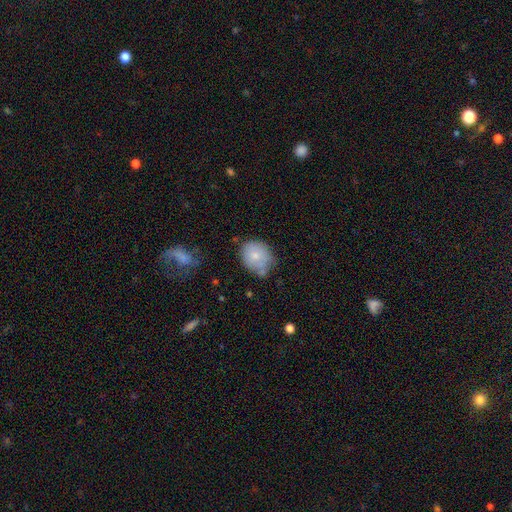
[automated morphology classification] smooth-or-featured: smooth: 77% | featured or disk: 15% | star or artifact: 8%
  how-rounded: round: 62% | in between: 37% | cigar-shaped: 1%
  merging: none: 54% | minor disturbance: 29% | merger: 9% | major disturbance: 7%